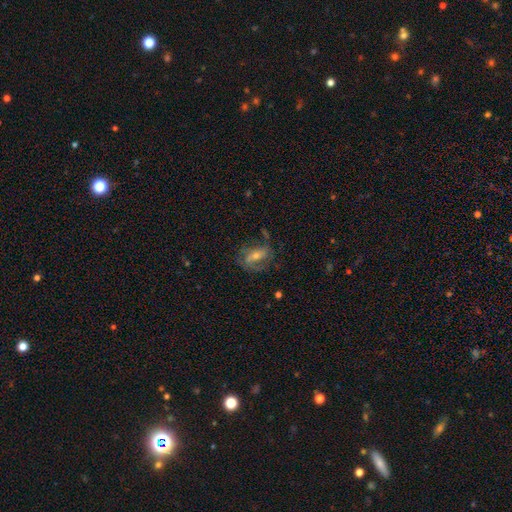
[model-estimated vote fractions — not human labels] Morphology: type=featured or disk (68%); edge-on=no (94%); bar=weak (38%); spiral arms=yes (79%); winding=medium (43%); arm count=2 (54%); bulge=moderate (49%); merging=none (60%).